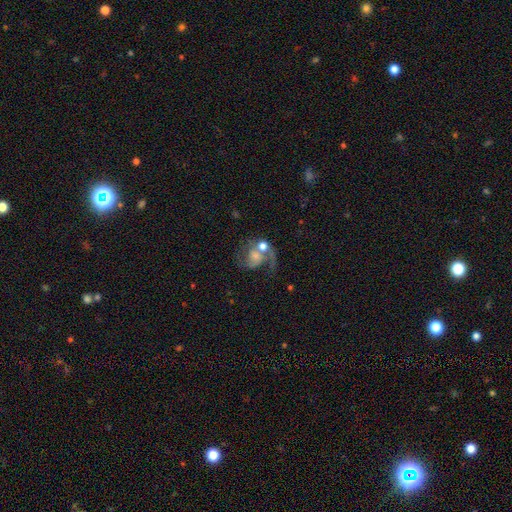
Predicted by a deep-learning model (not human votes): This is likely a featured or disk galaxy (74%). It is clearly not viewed edge-on (98%). Bar: likely no (63%). Spiral arm pattern: clearly yes (91%). Spiral arm count: likely 2 (61%). Spiral winding: marginally loose (44%). Central bulge: marginally moderate (38%). Merging: marginally none (36%).